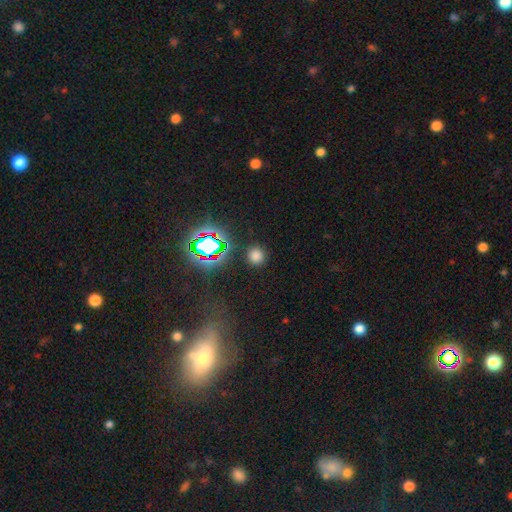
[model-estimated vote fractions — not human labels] smooth_or_featured: smooth (p=0.70) [alt: star or artifact p=0.24]
how_rounded: round (p=0.92) [alt: in between p=0.07]
merging: none (p=0.88) [alt: minor disturbance p=0.07]